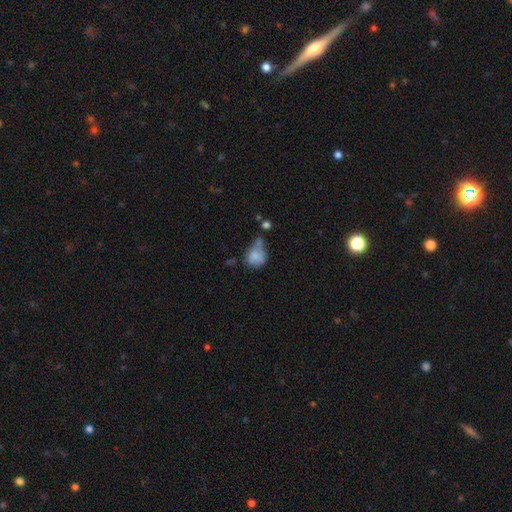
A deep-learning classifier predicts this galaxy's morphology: The model was most divided on "merging" (2-way tie): minor disturbance: 28%, none: 28%, merger: 26%, major disturbance: 18%. More confident: smooth or featured — smooth (75%); how rounded — round (53%).